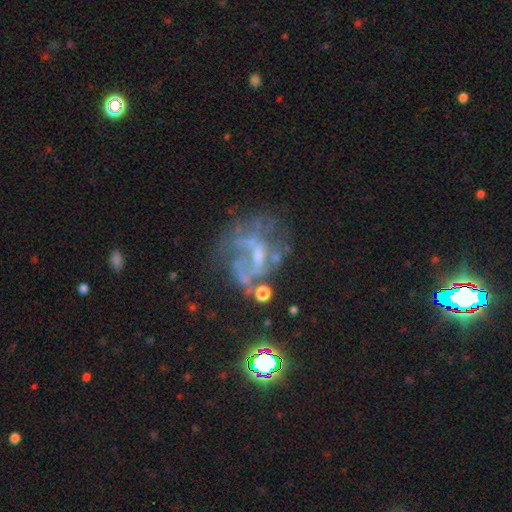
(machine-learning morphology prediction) type=featured or disk (66%); edge-on=no (98%); bar=no (58%); spiral arms=no (62%); bulge=none (41%); merging=none (40%).